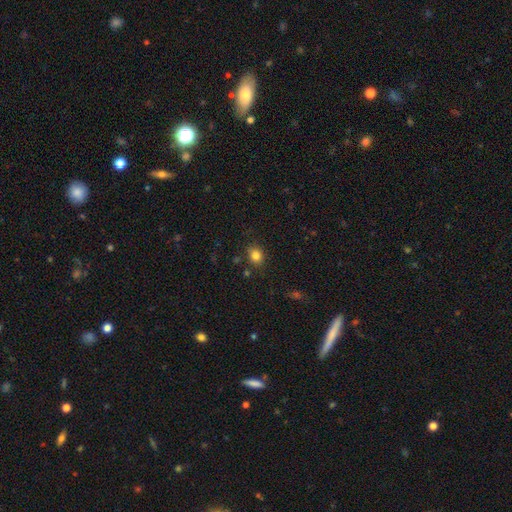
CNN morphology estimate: type=smooth (82%); roundness=round (63%); merging=none (80%).